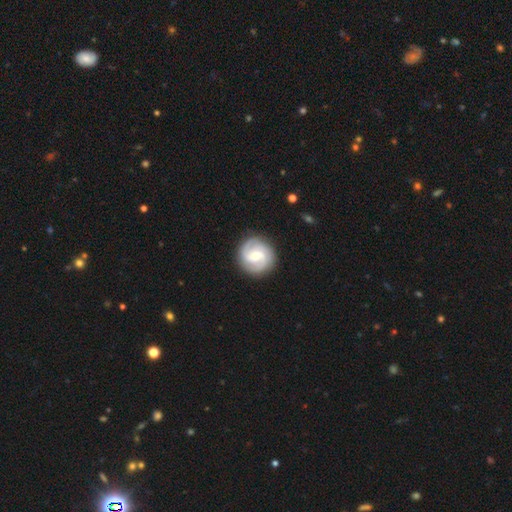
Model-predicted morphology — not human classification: Q: Smooth or featured?
A: featured or disk (79%); runner-up: smooth (16%)
Q: Edge-on disk?
A: no (98%); runner-up: yes (2%)
Q: Bar?
A: weak (48%); runner-up: no (39%)
Q: Spiral arms?
A: yes (95%); runner-up: no (5%)
Q: Spiral winding?
A: tight (48%); runner-up: medium (40%)
Q: Spiral arm count?
A: 2 (40%); runner-up: 3 (34%)
Q: Bulge size?
A: moderate (58%); runner-up: small (38%)
Q: Merging?
A: none (88%); runner-up: minor disturbance (9%)